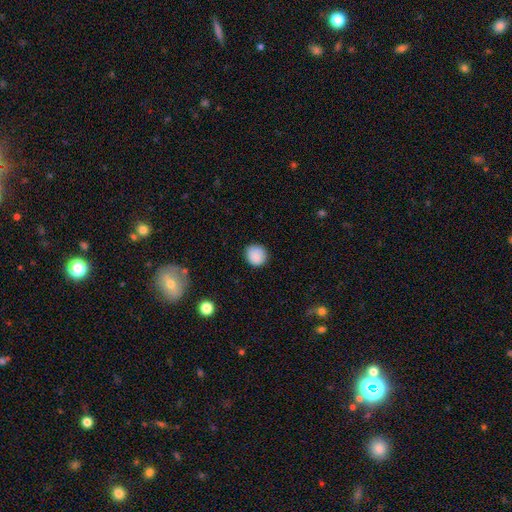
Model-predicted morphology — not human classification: Q: Smooth or featured?
A: smooth (88%); runner-up: star or artifact (8%)
Q: How rounded?
A: round (87%); runner-up: in between (12%)
Q: Merging?
A: none (87%); runner-up: minor disturbance (10%)